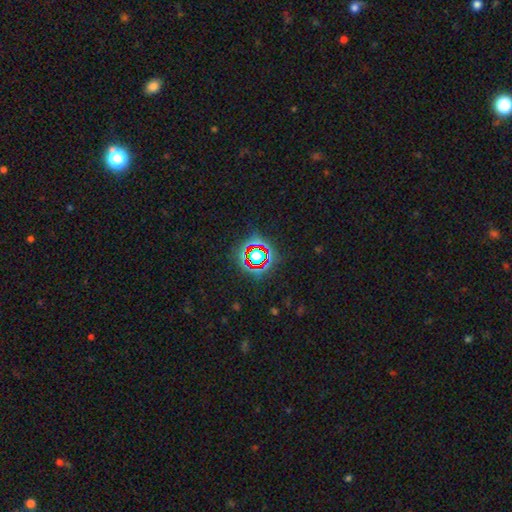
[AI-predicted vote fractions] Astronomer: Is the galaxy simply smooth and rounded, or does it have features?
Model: star or artifact — 73%.